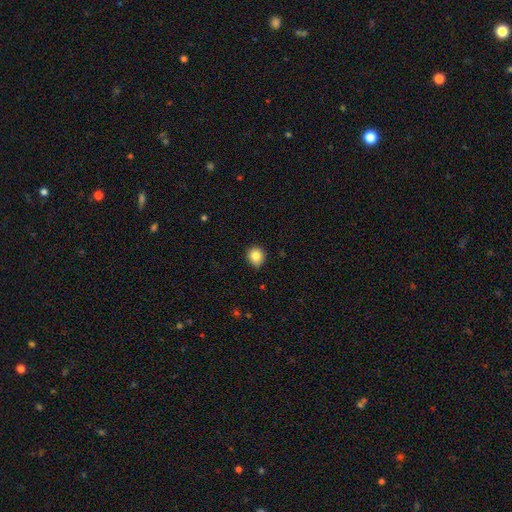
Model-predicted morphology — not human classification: type=smooth (84%); roundness=round (83%); merging=none (79%).